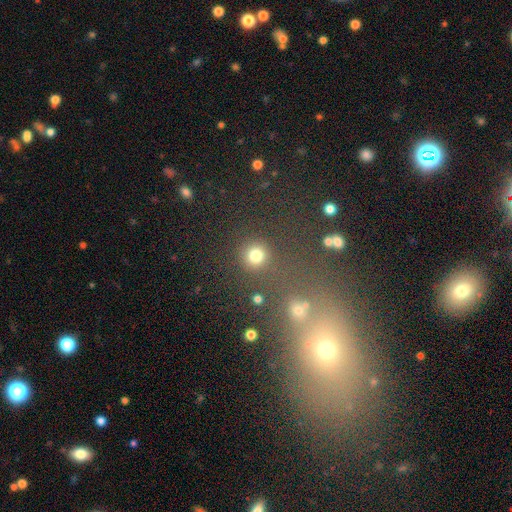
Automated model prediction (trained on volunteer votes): This is likely a smooth galaxy (77%). How rounded: clearly round (91%). Merging: clearly none (81%).